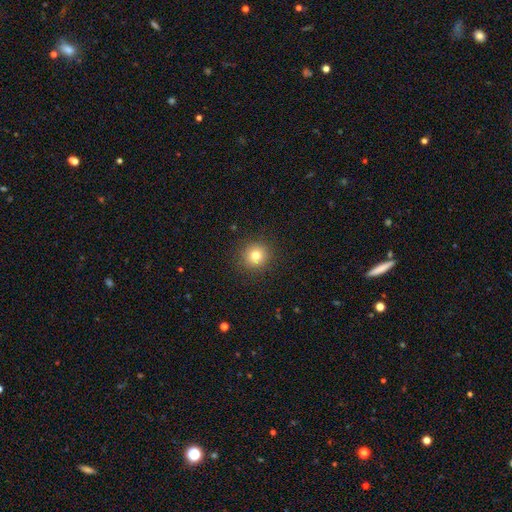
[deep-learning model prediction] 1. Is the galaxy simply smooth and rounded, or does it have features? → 79% smooth, 13% star or artifact, 8% featured or disk.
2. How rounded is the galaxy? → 94% round, 5% in between, 1% cigar-shaped.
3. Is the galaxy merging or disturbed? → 91% none, 6% minor disturbance, 2% major disturbance, 1% merger.